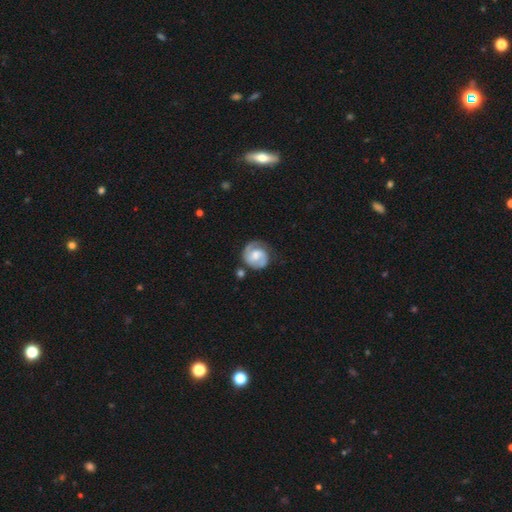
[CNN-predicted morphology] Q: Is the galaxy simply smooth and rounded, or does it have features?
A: featured or disk — 77%.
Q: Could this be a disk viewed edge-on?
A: no — 98%.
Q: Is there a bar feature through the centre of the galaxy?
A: weak — 46%.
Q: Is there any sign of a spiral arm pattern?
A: yes — 95%.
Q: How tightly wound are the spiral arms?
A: tight — 47%.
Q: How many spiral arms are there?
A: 2 — 74%.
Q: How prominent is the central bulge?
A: moderate — 51%.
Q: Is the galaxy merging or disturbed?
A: none — 70%.